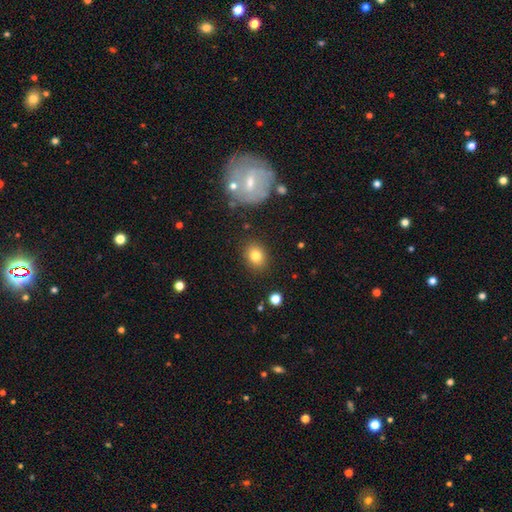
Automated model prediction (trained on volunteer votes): Smooth or featured?
  - smooth: 80% *
  - star or artifact: 10%
  - featured or disk: 9%
How rounded?
  - round: 53% *
  - in between: 46%
  - cigar-shaped: 1%
Merging?
  - none: 86% *
  - minor disturbance: 9%
  - major disturbance: 3%
  - merger: 2%